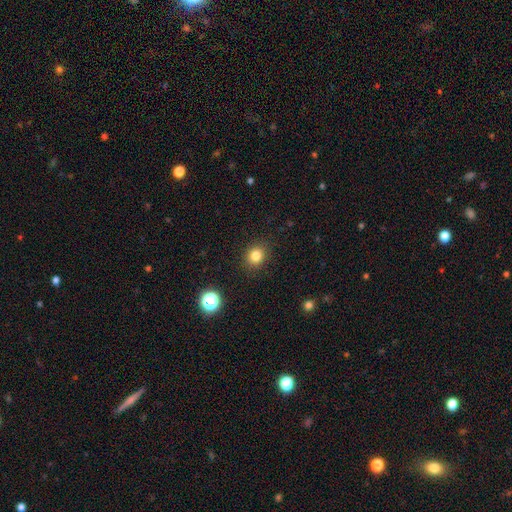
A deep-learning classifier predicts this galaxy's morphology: Overall: smooth (82%). How rounded: round (76%). Merging: none (89%).